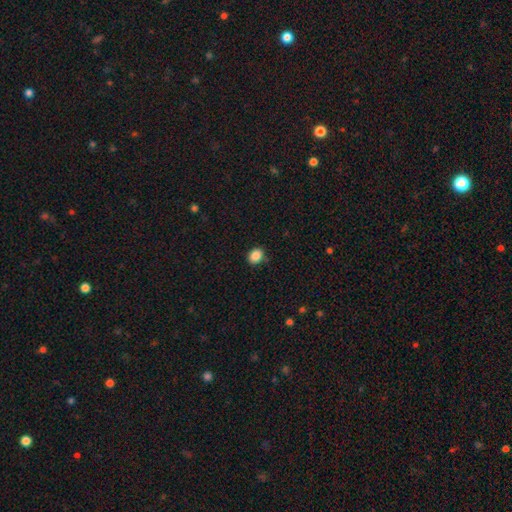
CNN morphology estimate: A smooth galaxy with no disk features (87%) that is in between round and cigar-shaped (57%).

Vote fractions:
- Smooth or featured? smooth: 87% / star or artifact: 9% / featured or disk: 3%
- How rounded? in between: 57% / round: 42% / cigar-shaped: 1%
- Merging? none: 84% / minor disturbance: 12% / major disturbance: 3% / merger: 2%